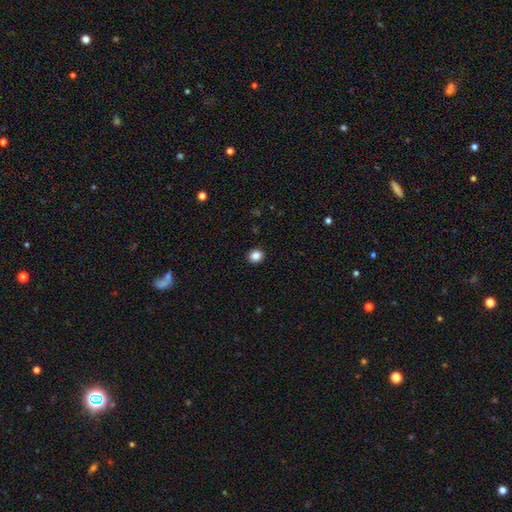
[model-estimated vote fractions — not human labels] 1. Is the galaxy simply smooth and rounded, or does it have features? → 85% smooth, 11% star or artifact, 4% featured or disk.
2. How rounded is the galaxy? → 85% round, 15% in between, 1% cigar-shaped.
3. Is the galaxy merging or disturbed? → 93% none, 5% minor disturbance, 2% major disturbance, 1% merger.